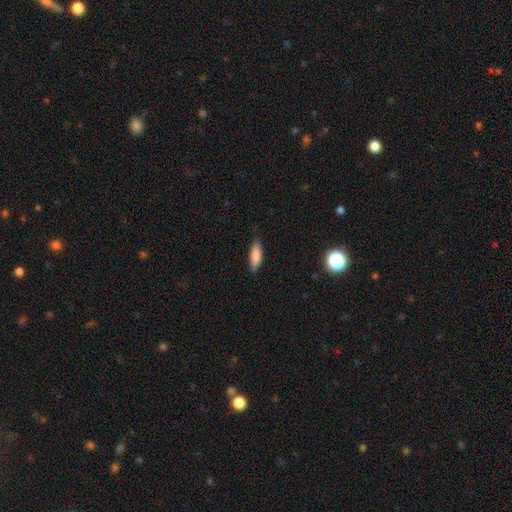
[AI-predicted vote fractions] Morphology: type=smooth (85%); roundness=in between (62%); merging=none (85%).